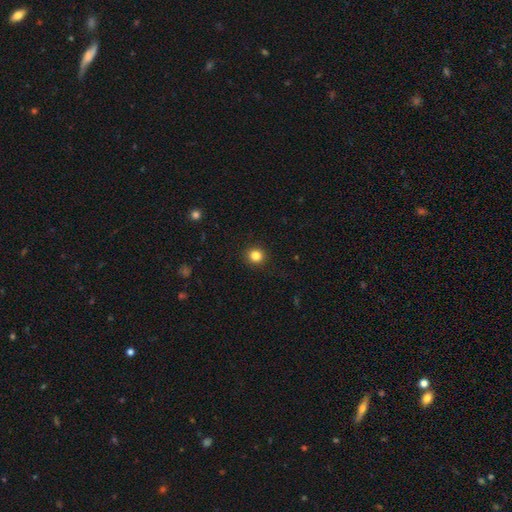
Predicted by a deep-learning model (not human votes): smooth-or-featured: smooth: 83% | star or artifact: 12% | featured or disk: 5%
  how-rounded: round: 89% | in between: 11% | cigar-shaped: 1%
  merging: none: 92% | minor disturbance: 5% | major disturbance: 2% | merger: 1%